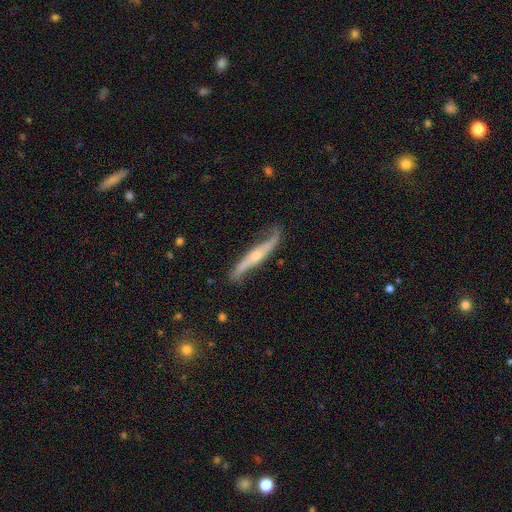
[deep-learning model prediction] Smooth or featured: featured or disk — 81% (smooth — 14%)
Edge-on disk: yes — 61% (no — 39%)
Merging: none — 69% (minor disturbance — 22%)